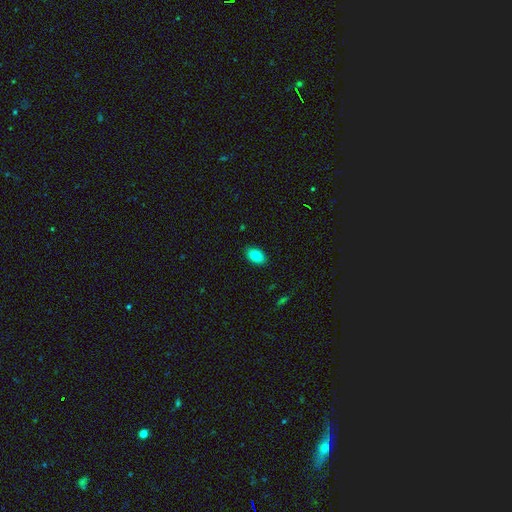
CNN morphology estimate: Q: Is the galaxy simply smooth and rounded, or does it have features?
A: smooth — 82%.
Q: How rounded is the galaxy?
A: in between — 89%.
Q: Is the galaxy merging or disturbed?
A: none — 89%.